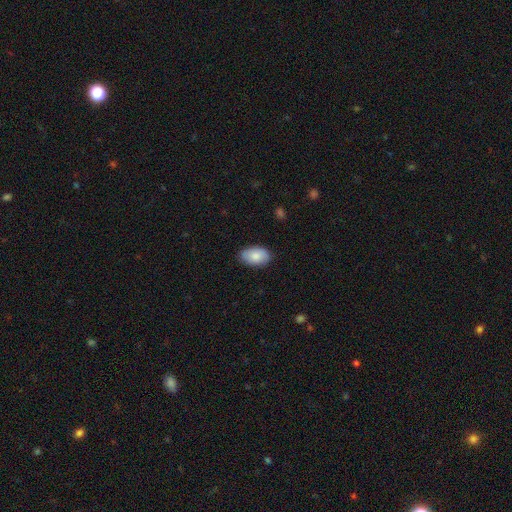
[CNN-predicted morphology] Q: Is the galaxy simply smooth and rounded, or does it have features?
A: smooth — 84%.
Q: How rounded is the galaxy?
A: in between — 94%.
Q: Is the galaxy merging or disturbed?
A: none — 82%.